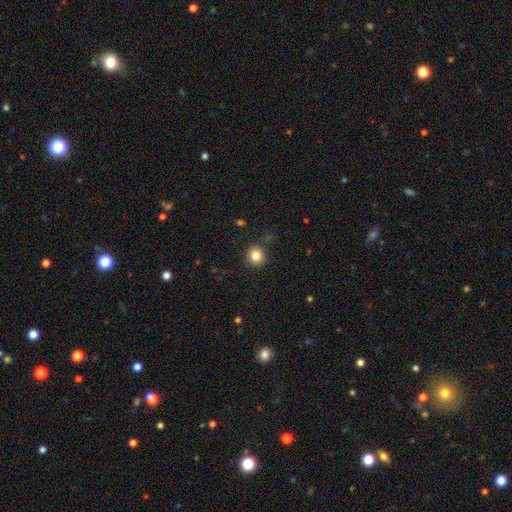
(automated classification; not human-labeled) Smooth or featured: smooth — 84% (star or artifact — 11%)
How rounded: round — 92% (in between — 7%)
Merging: none — 89% (minor disturbance — 7%)